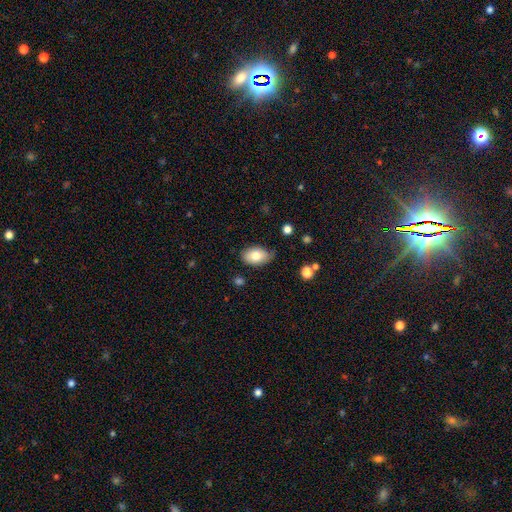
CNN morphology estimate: Overall: smooth (77%). How rounded: in between (89%). Merging: none (66%; minor disturbance 27%).